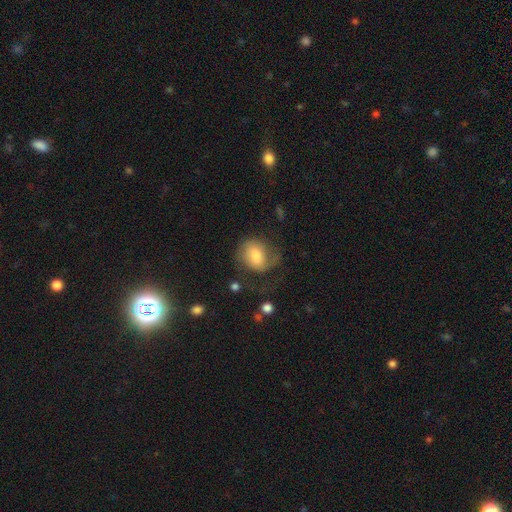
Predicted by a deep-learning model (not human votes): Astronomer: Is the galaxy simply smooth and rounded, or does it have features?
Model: smooth — 48% (runner-up: featured or disk, 43%).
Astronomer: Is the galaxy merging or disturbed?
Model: none — 46% (runner-up: major disturbance, 30%).